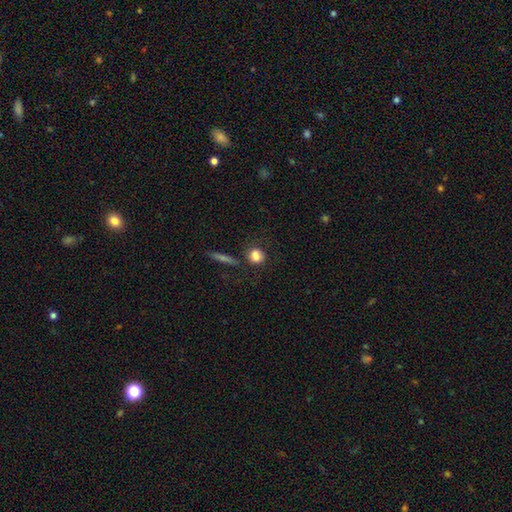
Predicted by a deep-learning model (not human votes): Morphology: type=smooth (83%); roundness=round (68%); merging=none (73%).